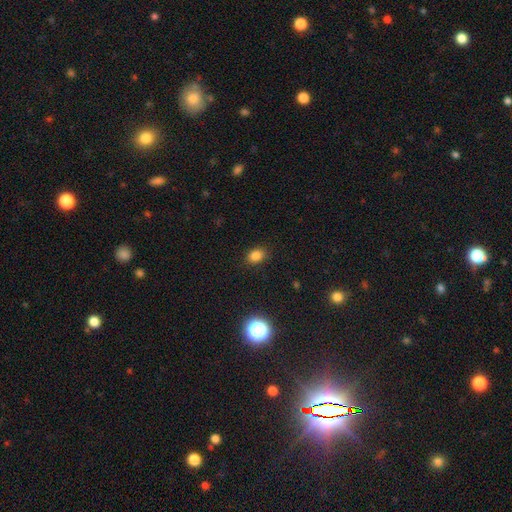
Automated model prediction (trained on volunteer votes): Smooth or featured? Predicted: smooth (p=0.81). How rounded? Predicted: in between (p=0.62). Merging? Predicted: none (p=0.86).